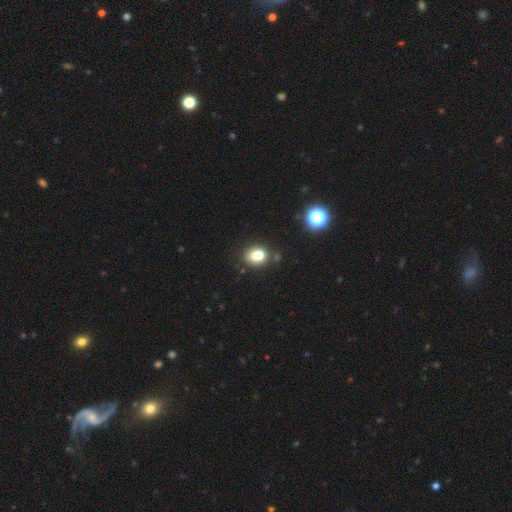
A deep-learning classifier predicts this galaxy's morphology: smooth 77%, star or artifact 14%, featured or disk 9%. Down the decision tree: how rounded — round (52%); merging — none (72%).